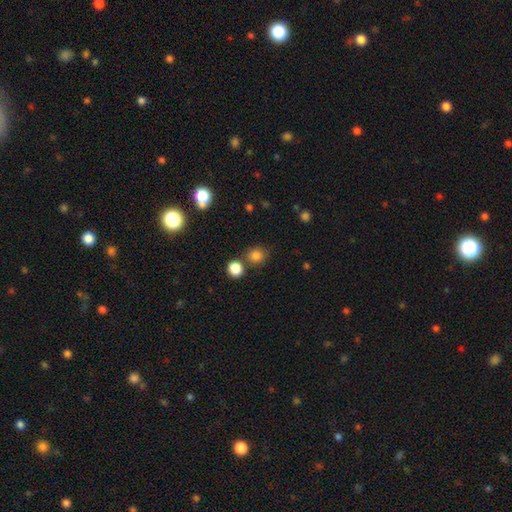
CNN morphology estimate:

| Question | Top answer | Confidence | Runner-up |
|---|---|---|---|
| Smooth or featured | smooth | 80% | star or artifact (15%) |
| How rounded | round | 86% | in between (13%) |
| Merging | none | 74% | merger (13%) |